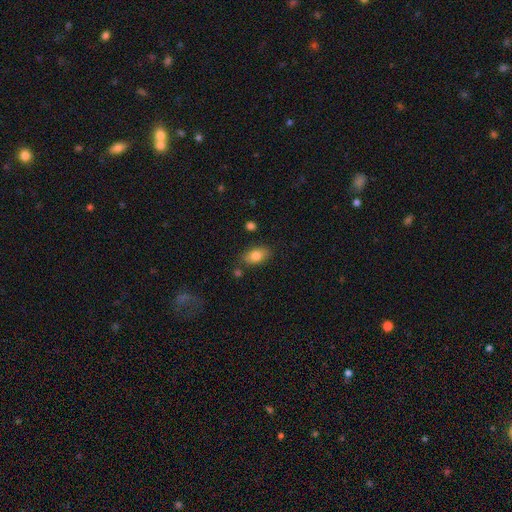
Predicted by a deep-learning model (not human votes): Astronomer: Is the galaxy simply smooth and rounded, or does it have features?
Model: smooth — 80%.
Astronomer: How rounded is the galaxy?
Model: in between — 89%.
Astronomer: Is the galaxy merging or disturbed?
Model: none — 81%.